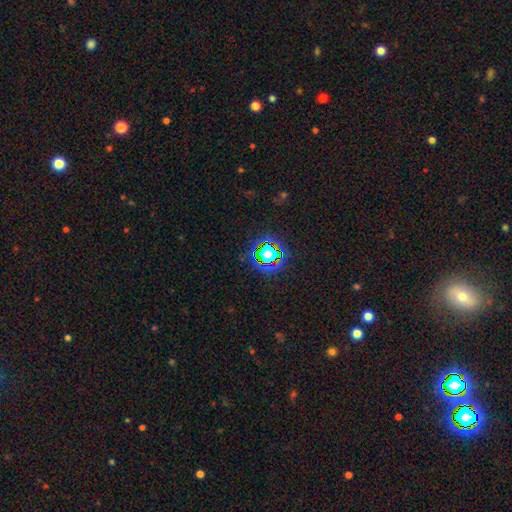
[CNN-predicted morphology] This is likely a star or artifact rather than a galaxy (77%).